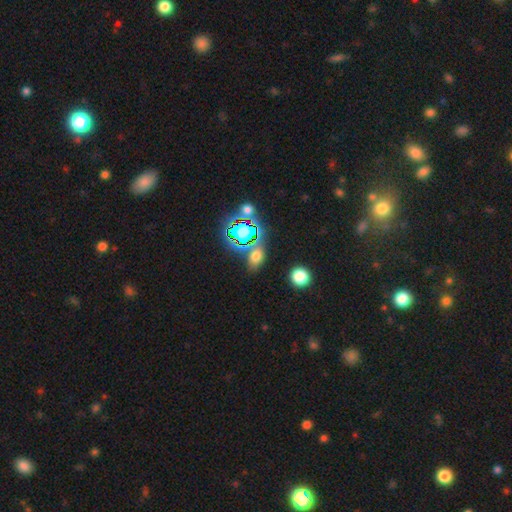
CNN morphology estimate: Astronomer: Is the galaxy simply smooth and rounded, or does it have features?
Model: smooth — 55% (runner-up: star or artifact, 34%).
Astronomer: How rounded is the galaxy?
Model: in between — 71%.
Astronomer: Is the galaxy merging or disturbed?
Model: none — 72%.